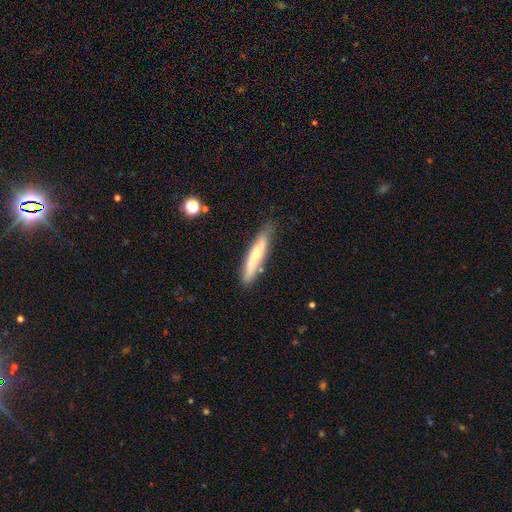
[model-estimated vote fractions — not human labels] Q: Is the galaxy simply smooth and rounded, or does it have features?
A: smooth — 59%.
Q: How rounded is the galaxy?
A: cigar-shaped — 89%.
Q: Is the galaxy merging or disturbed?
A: none — 75%.